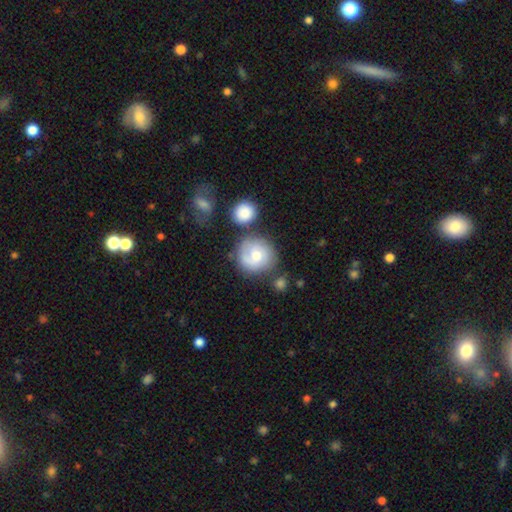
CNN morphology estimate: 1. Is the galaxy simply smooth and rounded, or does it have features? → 48% smooth, 45% featured or disk, 7% star or artifact.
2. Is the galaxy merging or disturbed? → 64% none, 17% minor disturbance, 12% merger, 7% major disturbance.